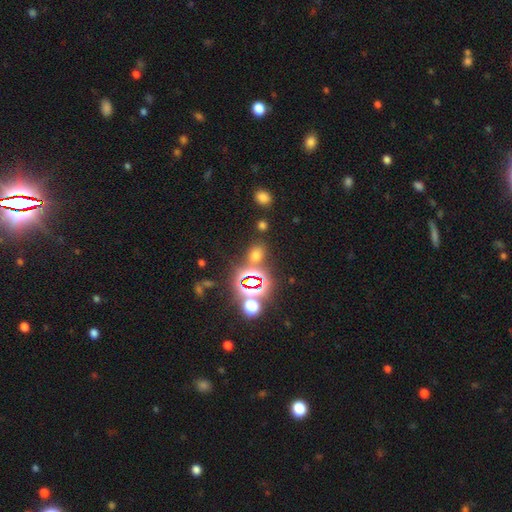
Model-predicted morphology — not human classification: smooth 50%, star or artifact 44%, featured or disk 7%. Down the decision tree: merging — none (76%).